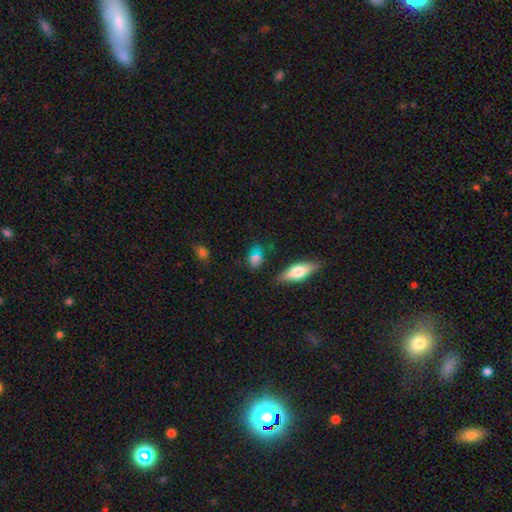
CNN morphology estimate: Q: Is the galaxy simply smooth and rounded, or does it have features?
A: smooth — 73%.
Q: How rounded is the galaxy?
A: in between — 71%.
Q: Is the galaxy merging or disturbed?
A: none — 69%.